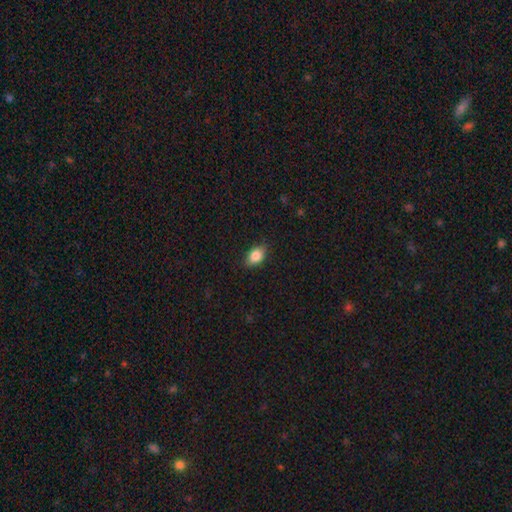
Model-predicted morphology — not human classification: Smooth or featured: smooth — 84% (featured or disk — 8%)
How rounded: in between — 84% (round — 13%)
Merging: none — 84% (minor disturbance — 13%)